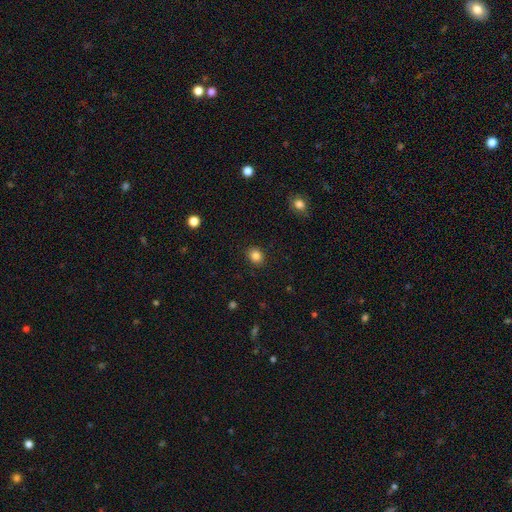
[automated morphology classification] type=smooth (85%); roundness=round (63%); merging=none (90%).